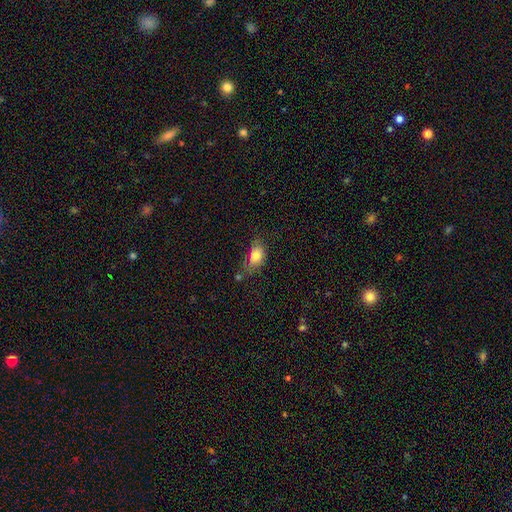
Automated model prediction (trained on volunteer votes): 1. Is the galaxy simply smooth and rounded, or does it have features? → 79% smooth, 12% featured or disk, 9% star or artifact.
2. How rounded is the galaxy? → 82% in between, 14% round, 4% cigar-shaped.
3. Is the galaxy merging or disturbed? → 48% none, 32% minor disturbance, 13% major disturbance, 7% merger.